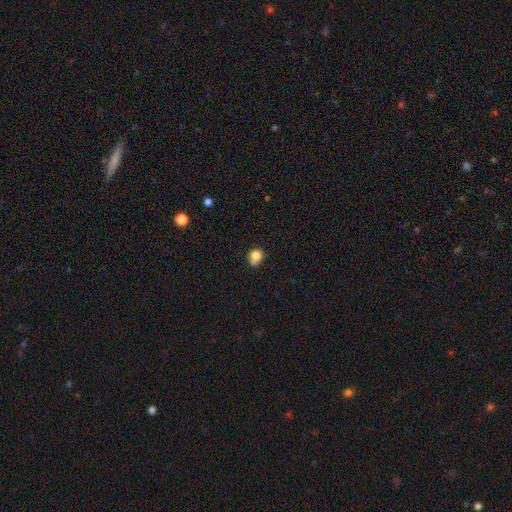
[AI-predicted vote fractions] A smooth galaxy with no disk features (81%) that is round (76%).

Vote fractions:
- Smooth or featured? smooth: 81% / star or artifact: 11% / featured or disk: 9%
- How rounded? round: 76% / in between: 23% / cigar-shaped: 1%
- Merging? none: 51% / minor disturbance: 25% / merger: 17% / major disturbance: 7%